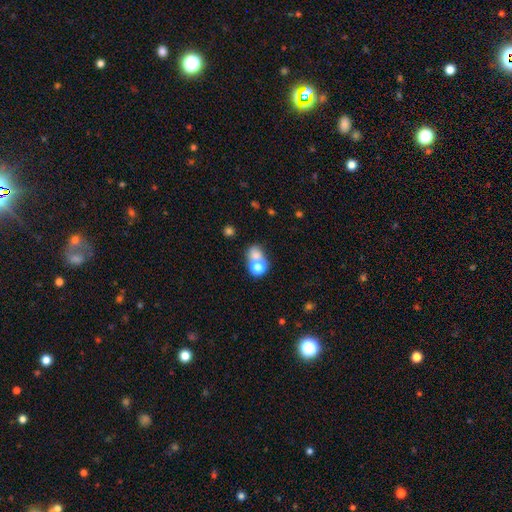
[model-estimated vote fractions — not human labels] Smooth or featured?
  - smooth: 69% *
  - star or artifact: 17%
  - featured or disk: 14%
How rounded?
  - round: 62% *
  - in between: 37%
  - cigar-shaped: 1%
Merging?
  - merger: 51% *
  - none: 34%
  - minor disturbance: 9%
  - major disturbance: 6%